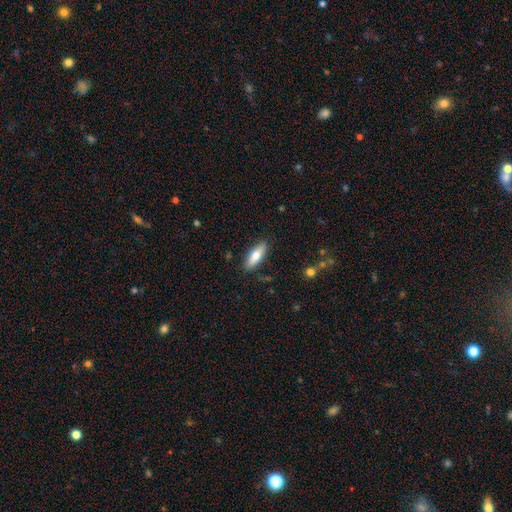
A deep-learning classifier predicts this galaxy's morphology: Smooth or featured: smooth — 70% (featured or disk — 24%)
How rounded: in between — 54% (cigar-shaped — 43%)
Merging: none — 86% (minor disturbance — 11%)